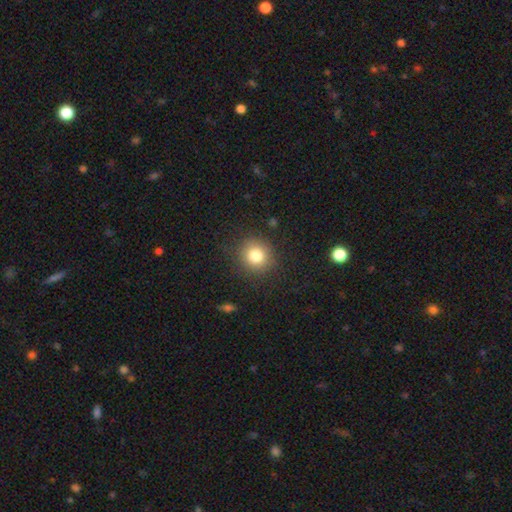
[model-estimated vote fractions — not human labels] A smooth galaxy with no disk features (81%) that is round (89%). Merging: none (87%).